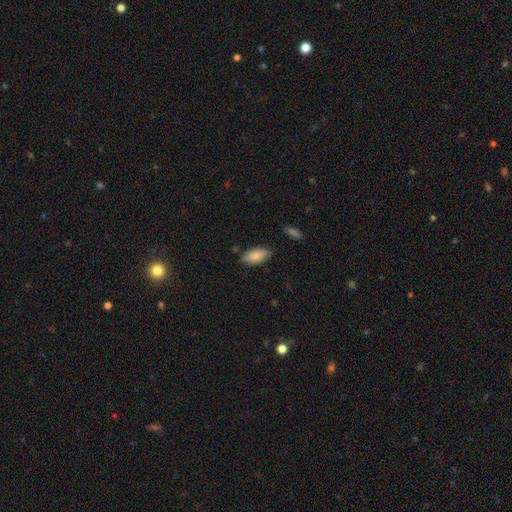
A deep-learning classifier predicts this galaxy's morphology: Smooth or featured?
  - smooth: 87% *
  - featured or disk: 7%
  - star or artifact: 6%
How rounded?
  - in between: 93% *
  - cigar-shaped: 5%
  - round: 2%
Merging?
  - none: 81% *
  - minor disturbance: 14%
  - major disturbance: 3%
  - merger: 2%